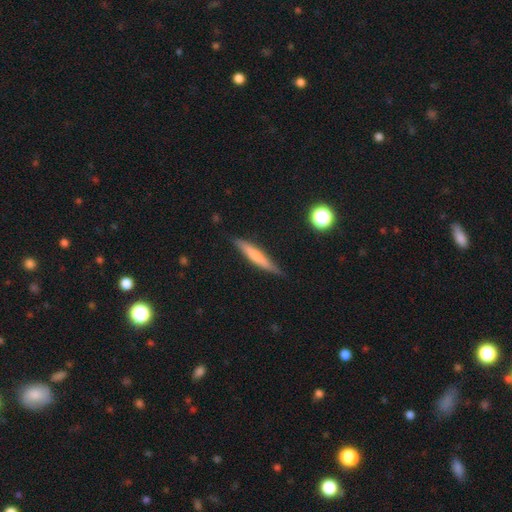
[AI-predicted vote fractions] A smooth galaxy with no disk features (60%) that is cigar-shaped (92%). Merging: none (83%).